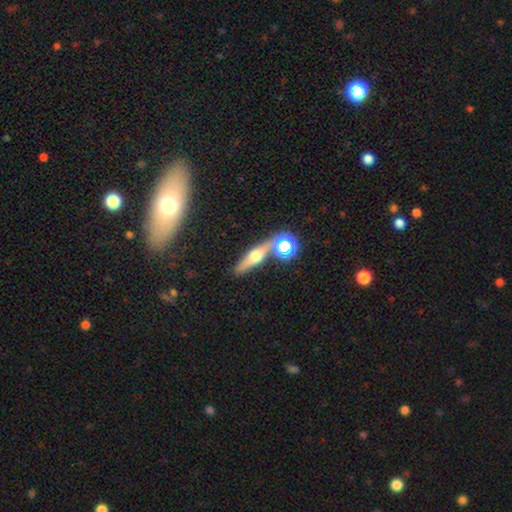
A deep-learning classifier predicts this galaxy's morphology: smooth_or_featured: featured or disk (p=0.53) [alt: smooth p=0.31]
disk_edge_on: yes (p=0.91) [alt: no p=0.09]
merging: none (p=0.80) [alt: minor disturbance p=0.09]